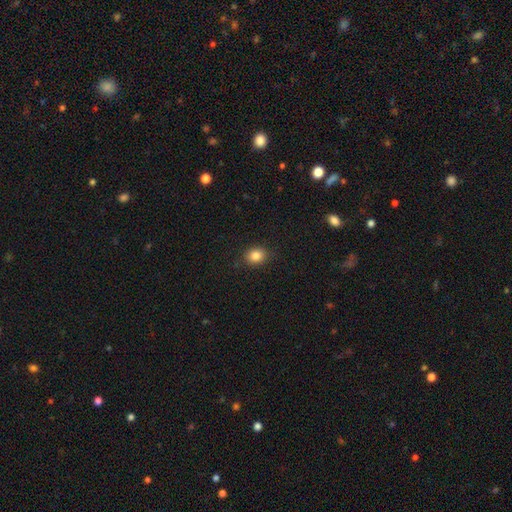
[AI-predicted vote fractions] smooth 84%, star or artifact 10%, featured or disk 5%. Down the decision tree: how rounded — round (58%); merging — none (88%).